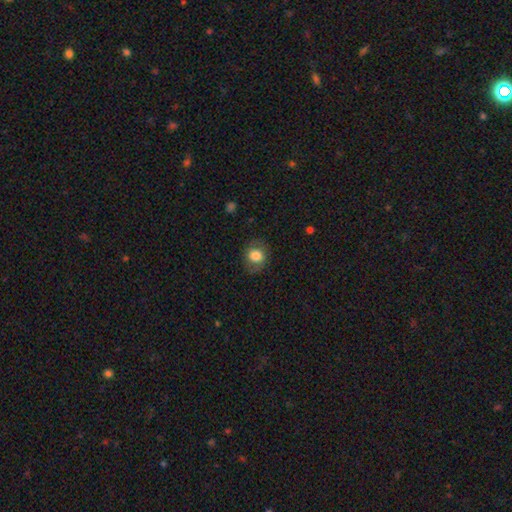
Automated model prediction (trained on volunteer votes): Smooth or featured? Predicted: smooth (p=0.76). How rounded? Predicted: round (p=0.70). Merging? Predicted: none (p=0.77).